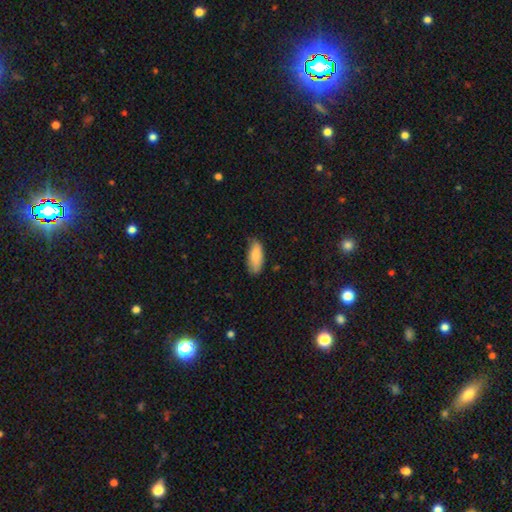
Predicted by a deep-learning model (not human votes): A smooth galaxy with no disk features (85%) that is in between round and cigar-shaped (82%). Merging: none (70%).